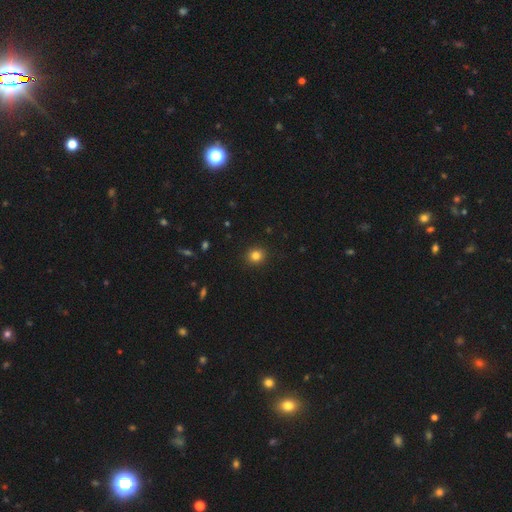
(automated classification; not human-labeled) This is clearly a smooth galaxy (83%). How rounded: clearly round (85%). Merging: clearly none (91%).